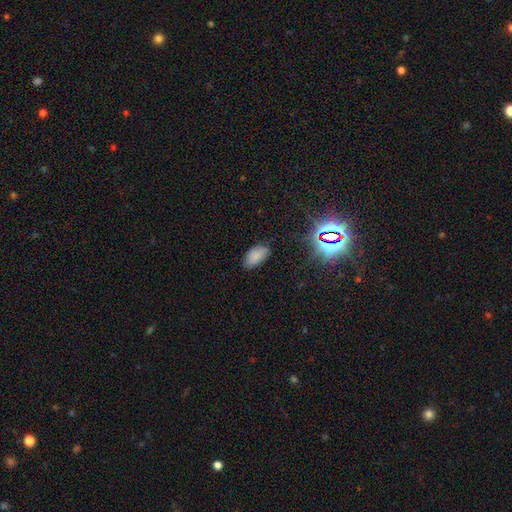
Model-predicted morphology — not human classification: Overall: smooth (80%). How rounded: in between (94%). Merging: none (76%).